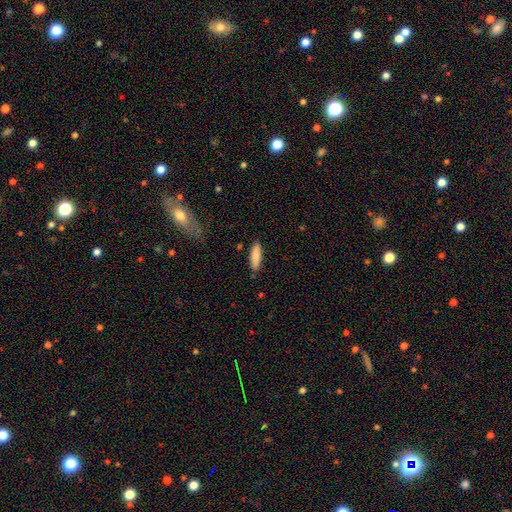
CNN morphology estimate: Overall: smooth (86%). How rounded: cigar-shaped (60%; in between 38%). Merging: none (86%).